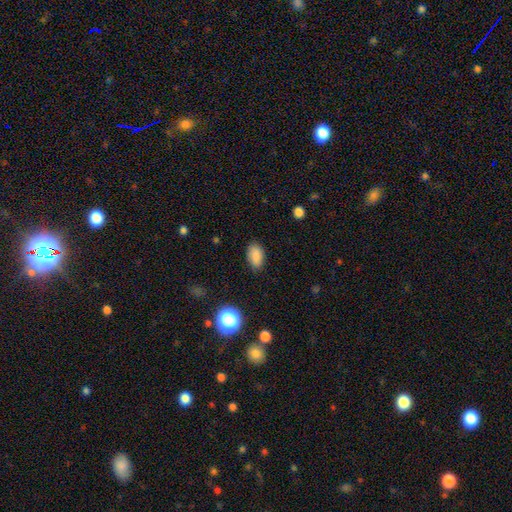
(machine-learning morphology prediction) Smooth or featured?
  - smooth: 84% *
  - star or artifact: 10%
  - featured or disk: 6%
How rounded?
  - in between: 90% *
  - round: 8%
  - cigar-shaped: 2%
Merging?
  - none: 82% *
  - minor disturbance: 14%
  - major disturbance: 3%
  - merger: 1%